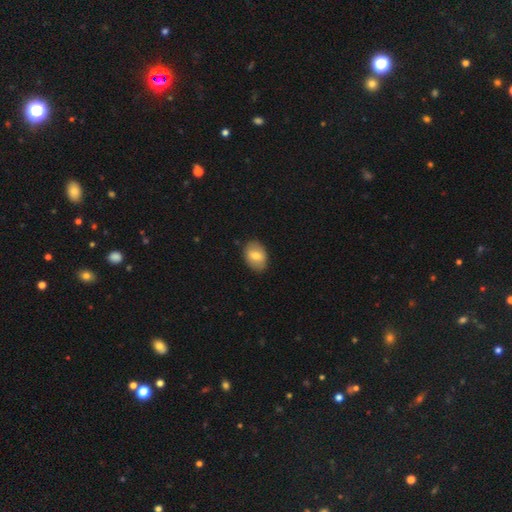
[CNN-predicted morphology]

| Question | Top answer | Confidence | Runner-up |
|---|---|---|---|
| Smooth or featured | smooth | 73% | featured or disk (21%) |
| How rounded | in between | 79% | round (20%) |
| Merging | none | 85% | minor disturbance (11%) |